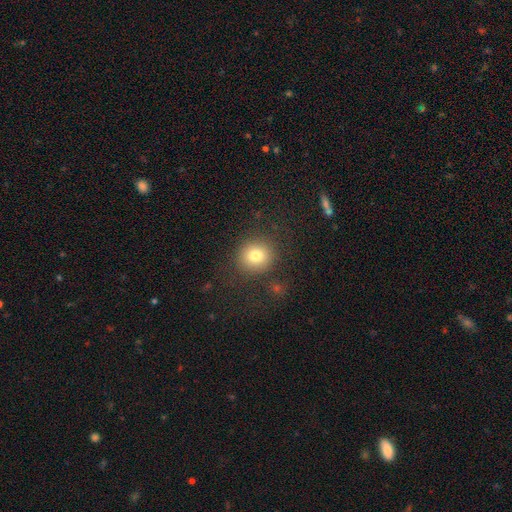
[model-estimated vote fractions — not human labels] A smooth galaxy with no disk features (79%) that is round (87%). Merging: none (84%).